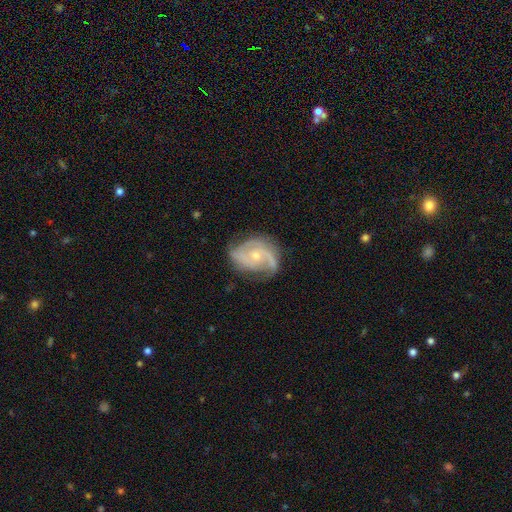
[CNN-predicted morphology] This appears to be a featured or disk galaxy (86%) with no bar (67%), 2 (57%) medium (49%) spiral arms (96%) and a small central bulge (56%). Merging: none (67%).